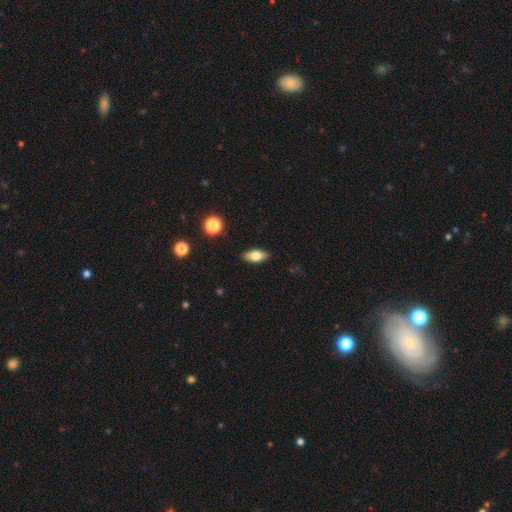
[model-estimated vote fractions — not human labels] smooth 77%, featured or disk 15%, star or artifact 8%. Down the decision tree: how rounded — in between (89%); merging — none (89%).